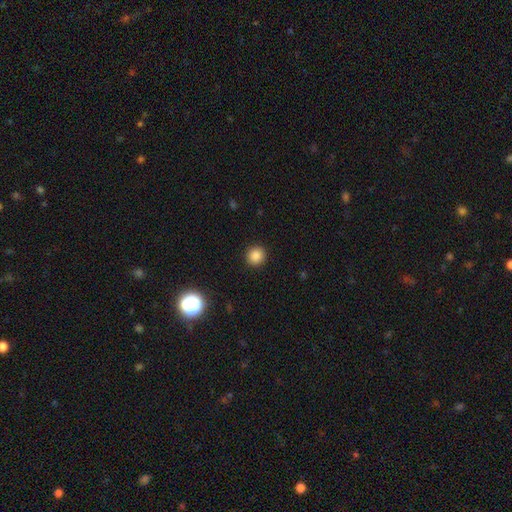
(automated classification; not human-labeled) Smooth or featured? Predicted: smooth (p=0.85). How rounded? Predicted: round (p=0.91). Merging? Predicted: none (p=0.92).